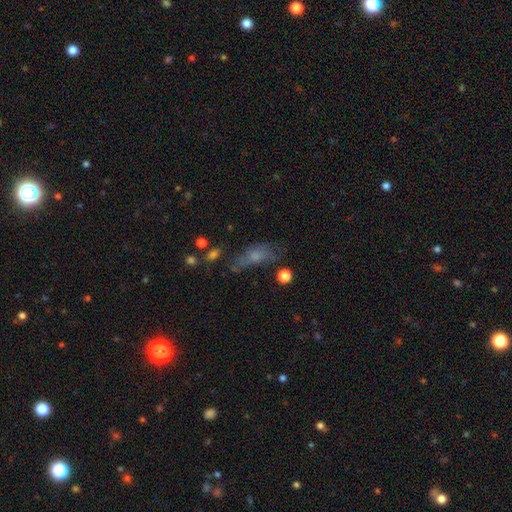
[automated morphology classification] This is possibly a smooth galaxy (57%). How rounded: likely in between (70%). Merging: marginally none (39%).